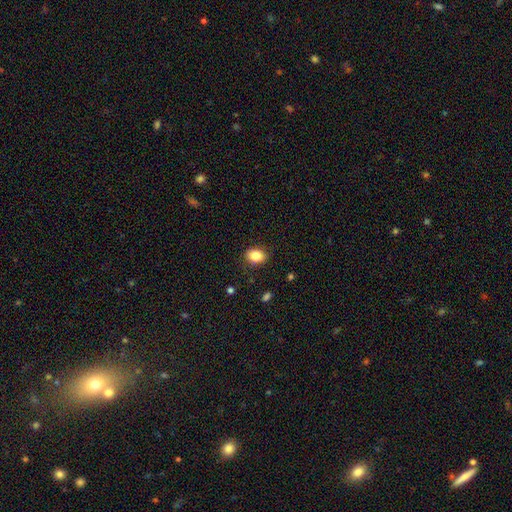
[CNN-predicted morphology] Smooth or featured? Predicted: smooth (p=0.85). How rounded? Predicted: in between (p=0.71). Merging? Predicted: none (p=0.83).